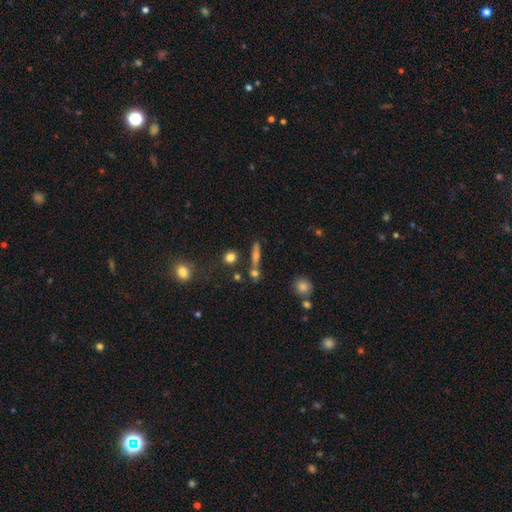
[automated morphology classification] Overall: smooth (47%; featured or disk 33%). Merging: none (70%).